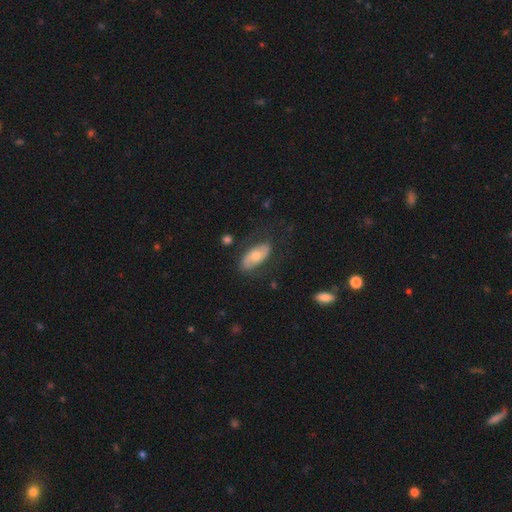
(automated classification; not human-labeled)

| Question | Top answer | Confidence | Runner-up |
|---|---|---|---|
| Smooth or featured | featured or disk | 51% | smooth (43%) |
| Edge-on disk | no | 87% | yes (13%) |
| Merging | none | 71% | minor disturbance (19%) |